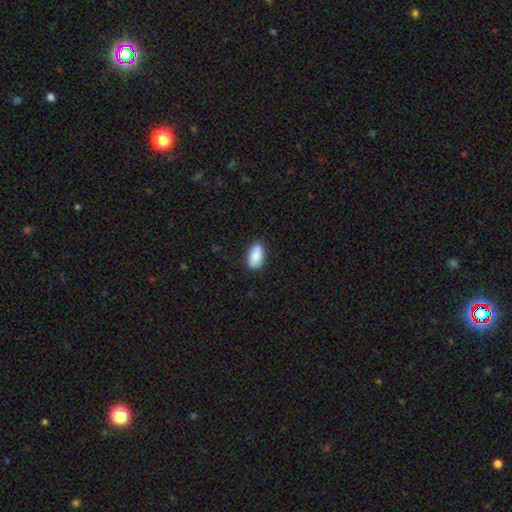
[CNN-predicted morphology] Overall: smooth (89%). How rounded: in between (93%). Merging: none (83%).